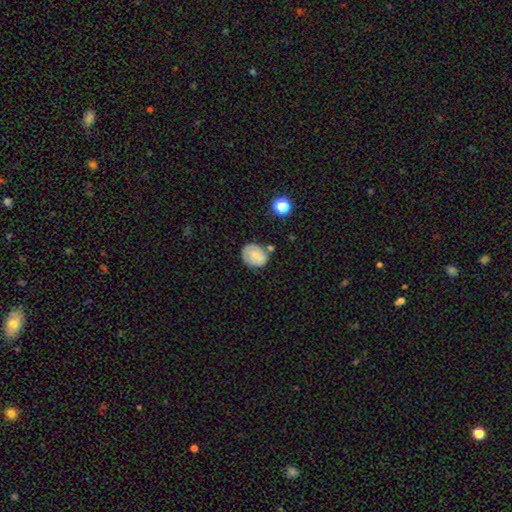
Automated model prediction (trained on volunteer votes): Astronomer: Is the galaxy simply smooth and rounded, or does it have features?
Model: smooth — 62%.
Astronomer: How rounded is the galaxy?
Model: round — 51% (runner-up: in between, 48%).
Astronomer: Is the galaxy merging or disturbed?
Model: none — 67%.